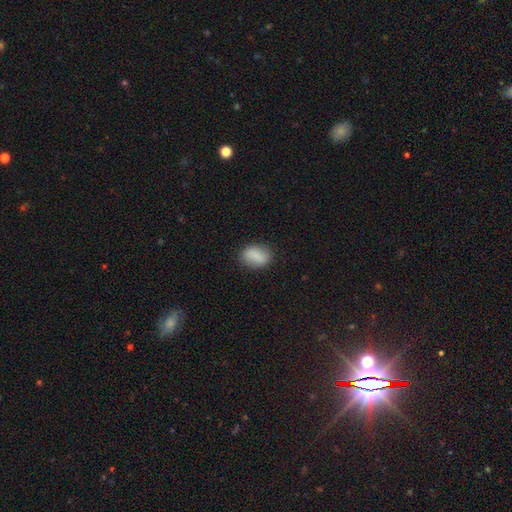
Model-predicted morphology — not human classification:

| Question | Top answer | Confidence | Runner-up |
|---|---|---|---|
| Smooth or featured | smooth | 82% | featured or disk (10%) |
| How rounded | in between | 71% | round (26%) |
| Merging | none | 82% | minor disturbance (13%) |